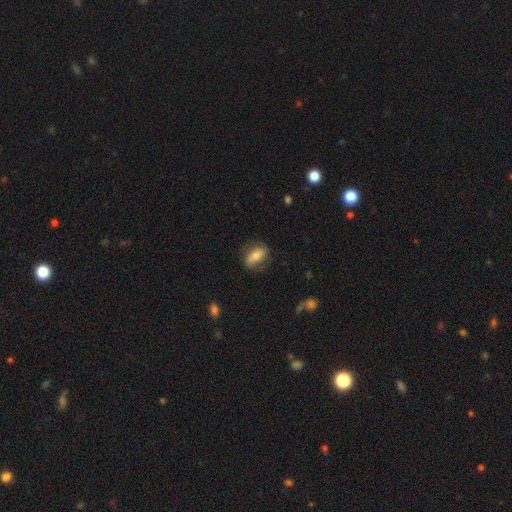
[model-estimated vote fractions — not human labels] This appears to be a smooth galaxy with no disk features (57%) that is in between round and cigar-shaped (82%). Merging: none (72%).